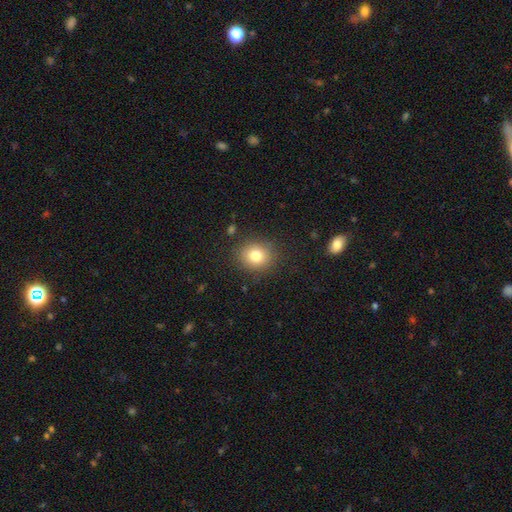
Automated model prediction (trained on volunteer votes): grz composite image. It shows a smooth galaxy with no disk features (80%) that is round (78%). Merging: none (87%).